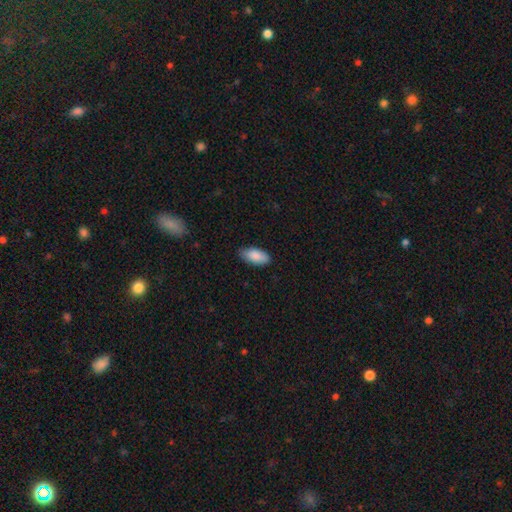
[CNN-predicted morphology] A smooth galaxy with no disk features (87%) that is in between round and cigar-shaped (92%).

Vote fractions:
- Smooth or featured? smooth: 87% / featured or disk: 6% / star or artifact: 6%
- How rounded? in between: 92% / cigar-shaped: 6% / round: 2%
- Merging? none: 78% / minor disturbance: 19% / major disturbance: 3% / merger: 1%